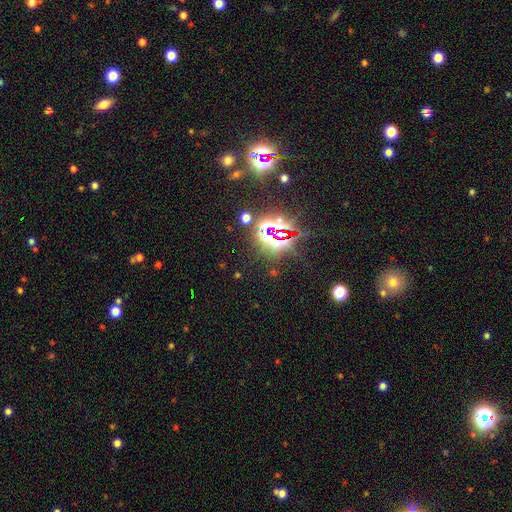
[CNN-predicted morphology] The model was most divided on "smooth or featured": star or artifact: 83%, smooth: 10%, featured or disk: 8%.